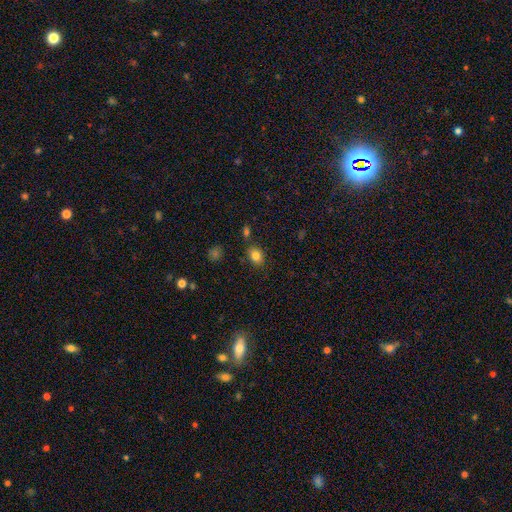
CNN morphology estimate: The model was most divided on "how rounded": in between: 59%, round: 40%, cigar-shaped: 1%. More confident: smooth or featured — smooth (83%); merging — none (80%).